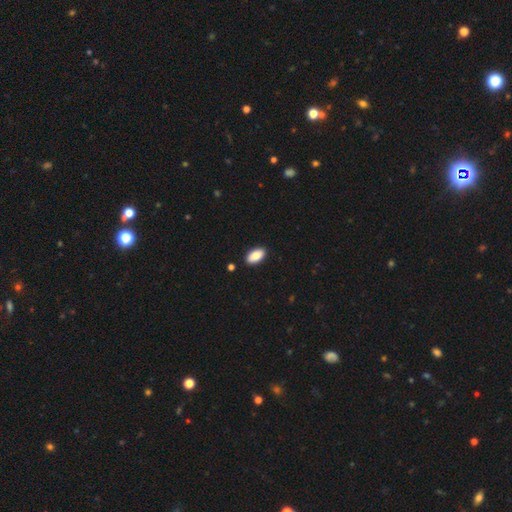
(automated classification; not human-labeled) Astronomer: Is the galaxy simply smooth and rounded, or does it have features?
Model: smooth — 84%.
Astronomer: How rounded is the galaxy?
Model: in between — 94%.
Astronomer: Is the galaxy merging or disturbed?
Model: none — 88%.